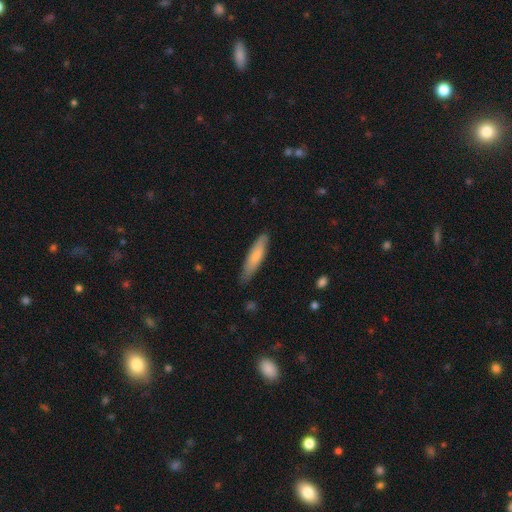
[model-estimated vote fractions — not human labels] Smooth or featured?
  - smooth: 74% *
  - featured or disk: 21%
  - star or artifact: 5%
How rounded?
  - cigar-shaped: 76% *
  - in between: 22%
  - round: 1%
Merging?
  - none: 80% *
  - minor disturbance: 16%
  - major disturbance: 2%
  - merger: 1%